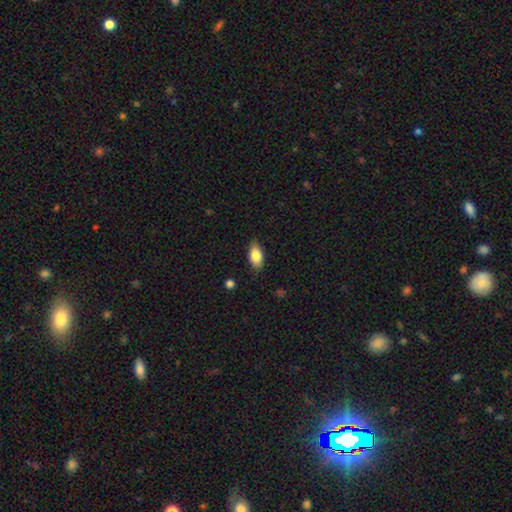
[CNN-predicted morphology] Smooth or featured?
  - smooth: 81% *
  - featured or disk: 11%
  - star or artifact: 7%
How rounded?
  - in between: 89% *
  - cigar-shaped: 7%
  - round: 4%
Merging?
  - none: 83% *
  - minor disturbance: 14%
  - major disturbance: 3%
  - merger: 1%